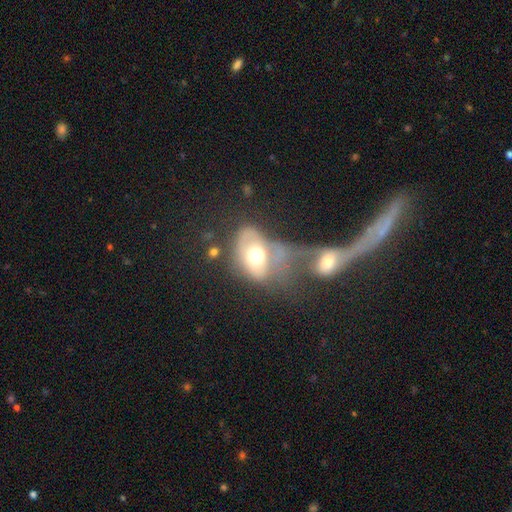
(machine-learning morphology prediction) Smooth or featured? smooth (52%)
How rounded? in between (75%)
Merging? merger (44%)